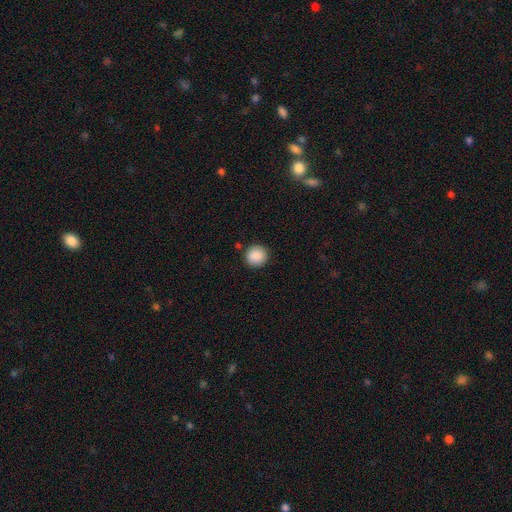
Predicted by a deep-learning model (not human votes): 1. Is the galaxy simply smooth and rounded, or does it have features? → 89% smooth, 8% star or artifact, 3% featured or disk.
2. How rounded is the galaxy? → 91% round, 9% in between, 1% cigar-shaped.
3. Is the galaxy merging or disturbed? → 88% none, 8% minor disturbance, 2% major disturbance, 2% merger.